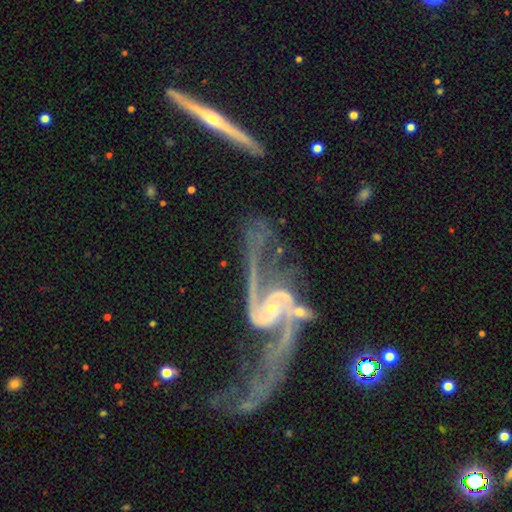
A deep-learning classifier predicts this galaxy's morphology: Smooth or featured: featured or disk — 89% (star or artifact — 7%)
Edge-on disk: no — 89% (yes — 11%)
Bar: no — 44% (weak — 36%)
Spiral arms: yes — 95% (no — 5%)
Spiral winding: loose — 77% (medium — 18%)
Spiral arm count: 2 — 90% (can't tell — 3%)
Bulge size: small — 74% (moderate — 14%)
Merging: none — 38% (major disturbance — 29%)